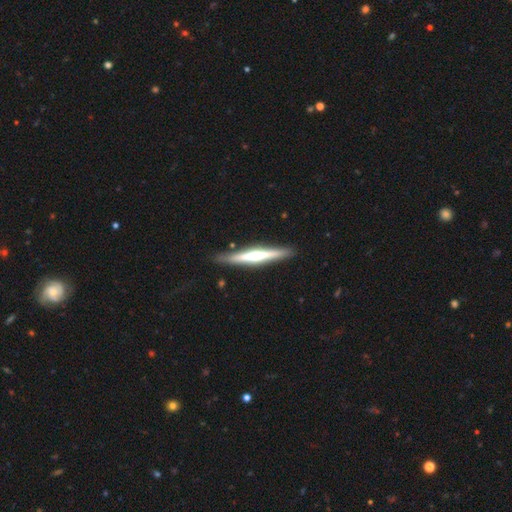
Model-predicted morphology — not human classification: This appears to be a featured or disk galaxy (65%) viewed edge-on (97%) with a rounded central bulge (66%). Merging: none (87%).